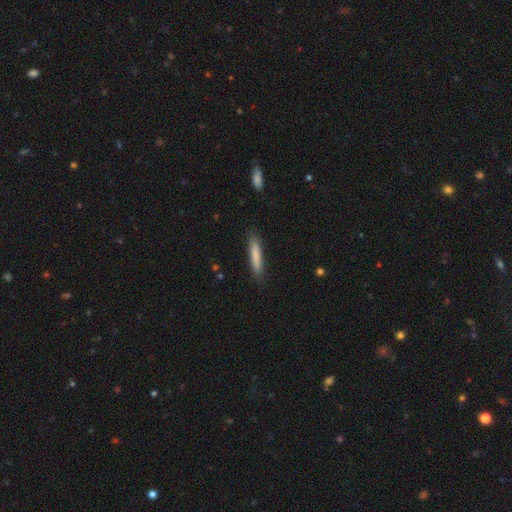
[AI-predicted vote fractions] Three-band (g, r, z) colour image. It shows a smooth galaxy with no disk features (81%) that is cigar-shaped (91%). Merging: none (87%).